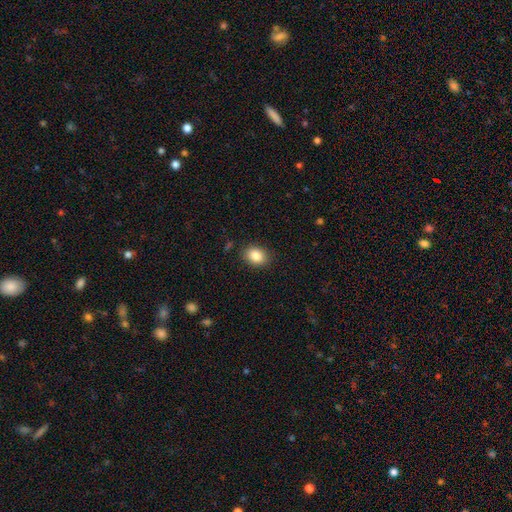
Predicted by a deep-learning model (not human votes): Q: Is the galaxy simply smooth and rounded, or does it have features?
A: smooth — 86%.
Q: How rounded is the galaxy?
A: in between — 59%.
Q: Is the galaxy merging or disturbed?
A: none — 87%.